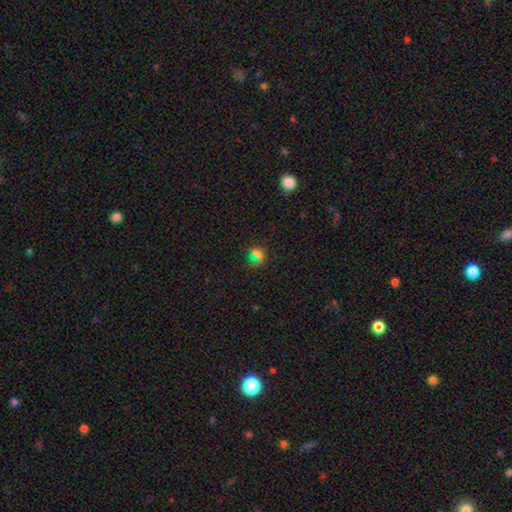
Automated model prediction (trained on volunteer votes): This is possibly a smooth galaxy (54%). How rounded: likely round (69%). Merging: likely none (68%).